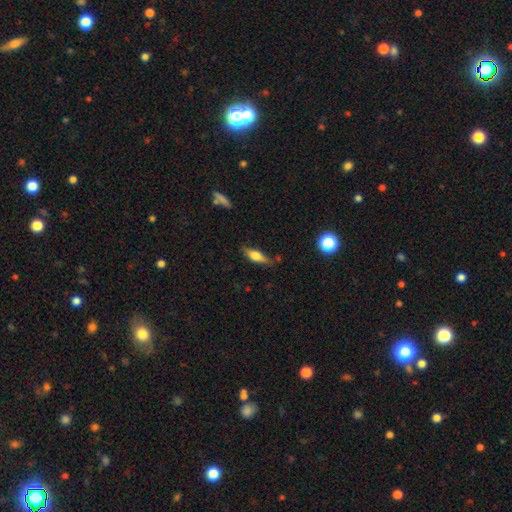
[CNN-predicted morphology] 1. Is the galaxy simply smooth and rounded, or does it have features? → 54% smooth, 38% featured or disk, 8% star or artifact.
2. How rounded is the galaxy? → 53% in between, 43% cigar-shaped, 4% round.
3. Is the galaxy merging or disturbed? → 71% none, 21% minor disturbance, 5% major disturbance, 3% merger.